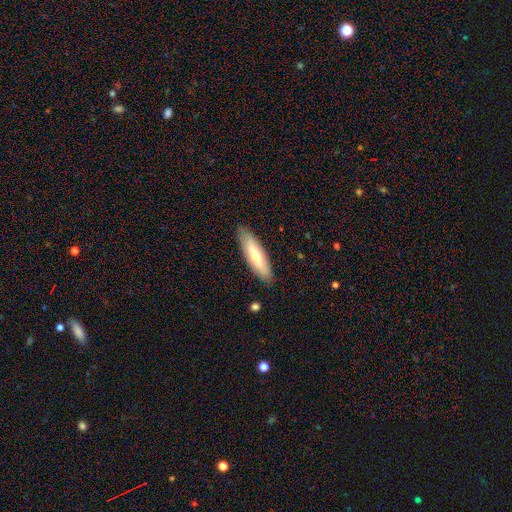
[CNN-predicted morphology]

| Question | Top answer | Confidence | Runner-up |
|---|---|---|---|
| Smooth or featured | smooth | 63% | featured or disk (32%) |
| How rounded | cigar-shaped | 63% | in between (35%) |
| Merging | none | 87% | minor disturbance (10%) |